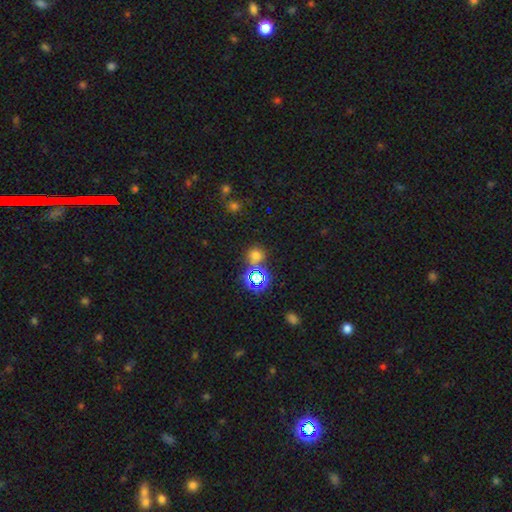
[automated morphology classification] Q: Smooth or featured?
A: smooth (57%); runner-up: star or artifact (36%)
Q: How rounded?
A: round (87%); runner-up: in between (12%)
Q: Merging?
A: none (73%); runner-up: merger (15%)